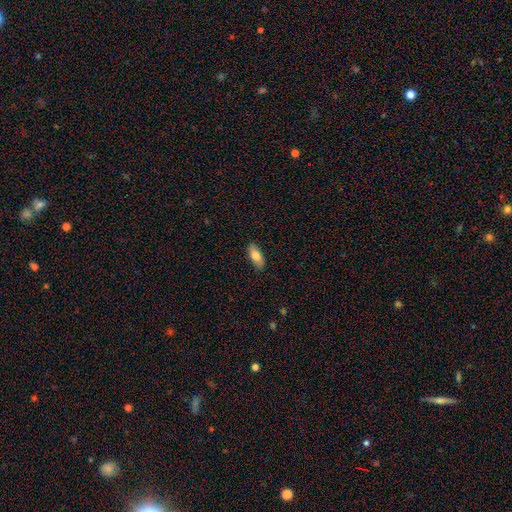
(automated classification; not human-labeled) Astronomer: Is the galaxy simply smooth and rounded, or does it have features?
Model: smooth — 77%.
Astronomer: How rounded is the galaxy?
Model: in between — 83%.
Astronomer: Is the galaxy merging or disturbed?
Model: none — 86%.